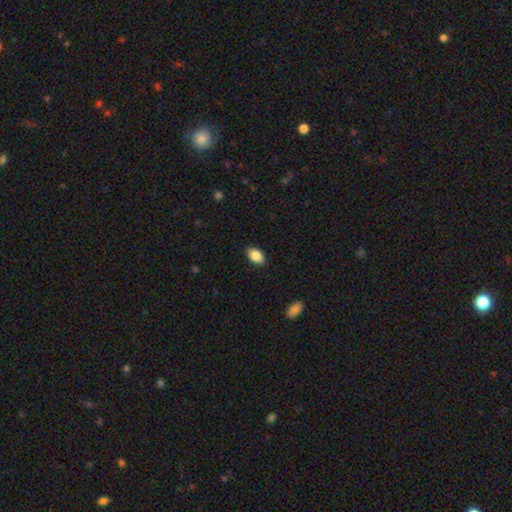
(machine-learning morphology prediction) Smooth or featured? Predicted: smooth (p=0.86). How rounded? Predicted: in between (p=0.91). Merging? Predicted: none (p=0.87).